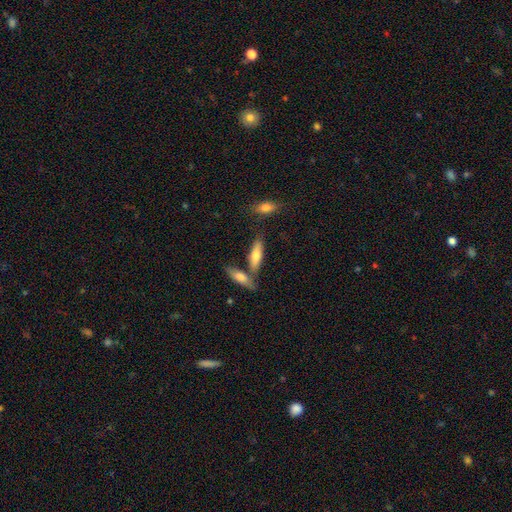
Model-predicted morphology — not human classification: The model was most divided on "how rounded": cigar-shaped: 56%, in between: 42%, round: 2%. More confident: smooth or featured — smooth (68%); merging — none (62%).